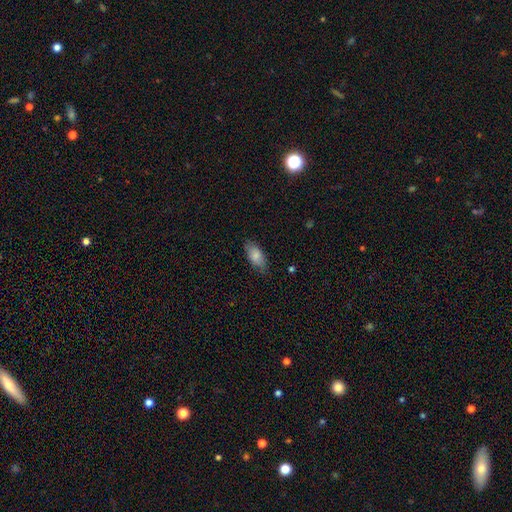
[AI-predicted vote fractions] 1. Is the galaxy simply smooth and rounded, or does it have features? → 82% smooth, 12% featured or disk, 6% star or artifact.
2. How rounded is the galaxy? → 89% in between, 8% cigar-shaped, 3% round.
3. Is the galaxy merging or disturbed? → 76% none, 19% minor disturbance, 4% major disturbance, 1% merger.